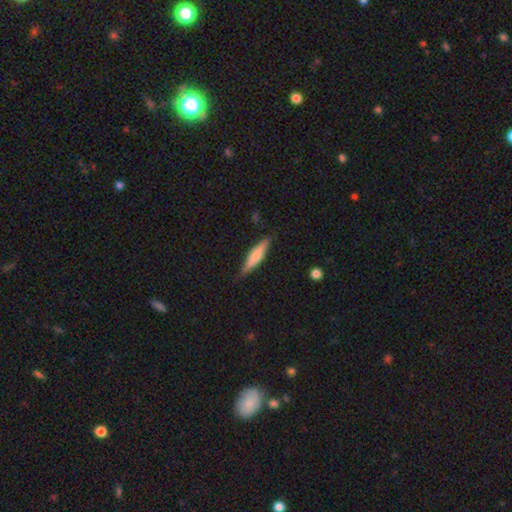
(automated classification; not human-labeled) Smooth or featured?
  - smooth: 66% *
  - featured or disk: 28%
  - star or artifact: 6%
How rounded?
  - cigar-shaped: 81% *
  - in between: 18%
  - round: 2%
Merging?
  - none: 79% *
  - minor disturbance: 17%
  - major disturbance: 3%
  - merger: 2%